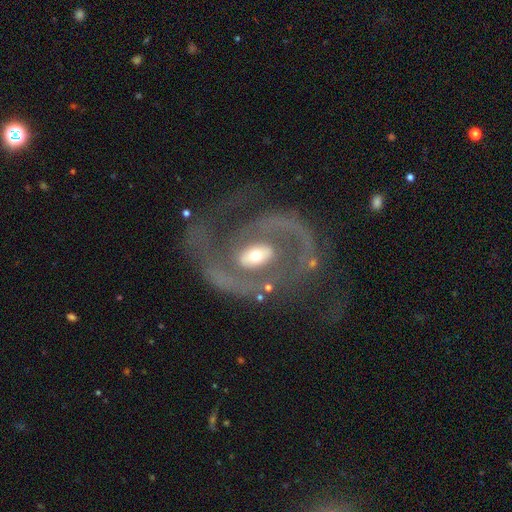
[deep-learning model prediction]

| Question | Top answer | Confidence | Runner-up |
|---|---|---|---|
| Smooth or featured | featured or disk | 85% | smooth (10%) |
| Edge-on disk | no | 97% | yes (3%) |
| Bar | no | 48% | weak (33%) |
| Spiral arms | yes | 82% | no (18%) |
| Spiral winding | medium | 43% | tight (31%) |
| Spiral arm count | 2 | 60% | 1 (21%) |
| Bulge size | moderate | 55% | small (34%) |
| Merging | none | 44% | major disturbance (34%) |